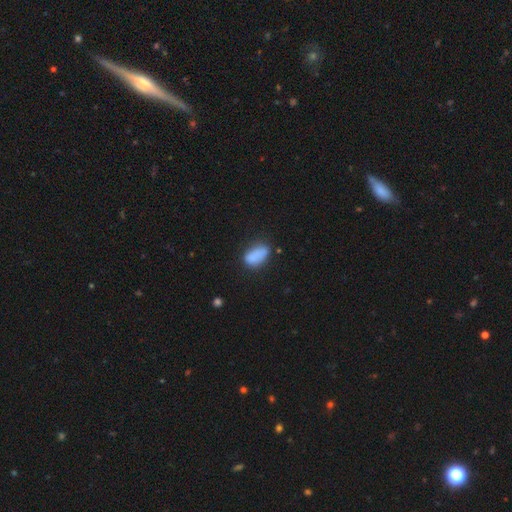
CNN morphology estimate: smooth 83%, star or artifact 9%, featured or disk 8%. Down the decision tree: how rounded — in between (90%); merging — none (60%).